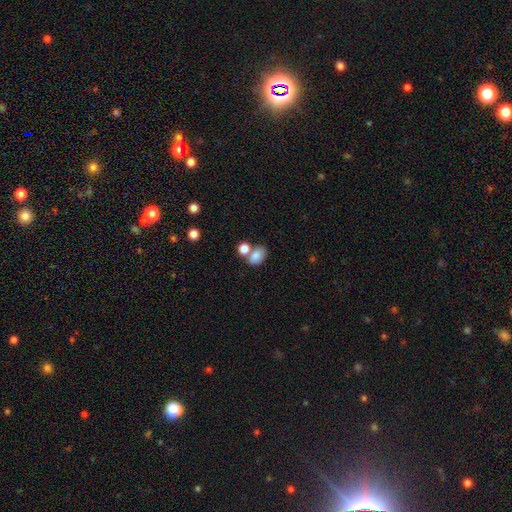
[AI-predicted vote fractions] Smooth or featured? Predicted: smooth (p=0.83). How rounded? Predicted: in between (p=0.79). Merging? Predicted: none (p=0.46).